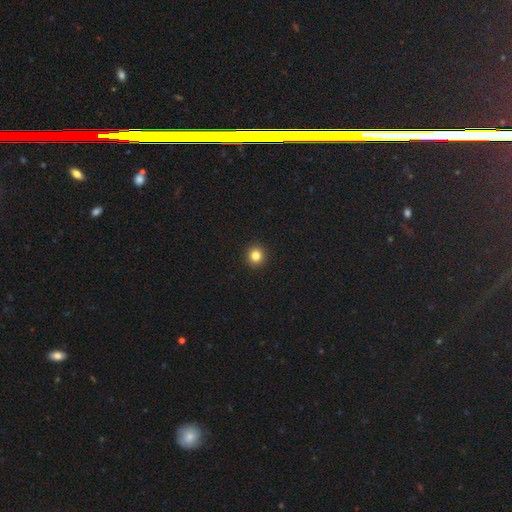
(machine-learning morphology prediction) The model was most divided on "smooth or featured": smooth: 82%, star or artifact: 12%, featured or disk: 5%. More confident: merging — none (94%); how rounded — round (93%).